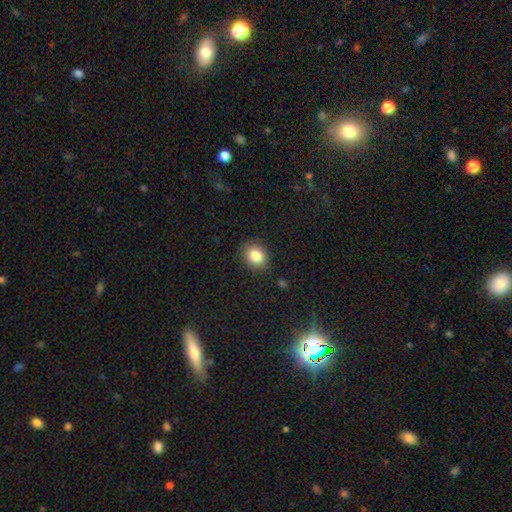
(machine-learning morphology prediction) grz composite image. It shows a smooth galaxy with no disk features (83%) that is round (61%). Merging: none (87%).